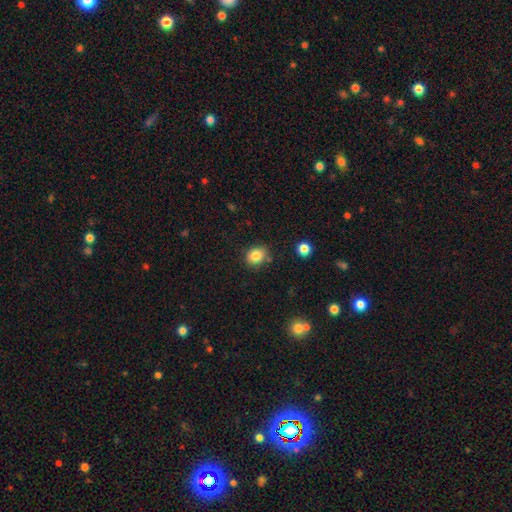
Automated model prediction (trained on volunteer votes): Overall: smooth (84%). How rounded: round (60%; in between 40%). Merging: none (77%).